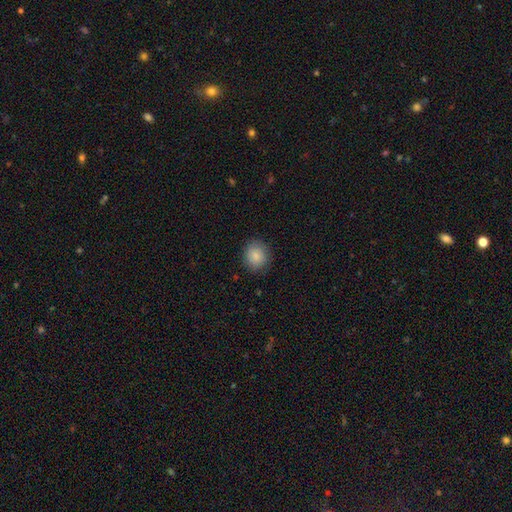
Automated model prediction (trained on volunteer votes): This appears to be a smooth galaxy with no disk features (86%) that is round (78%). Merging: none (86%).